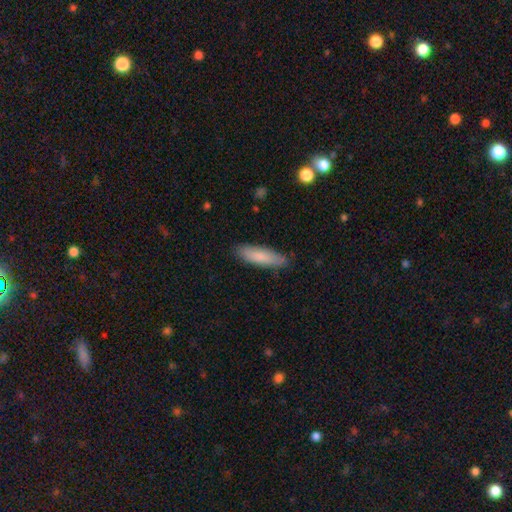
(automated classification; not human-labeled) Overall: smooth (81%). How rounded: cigar-shaped (68%; in between 30%). Merging: none (86%).